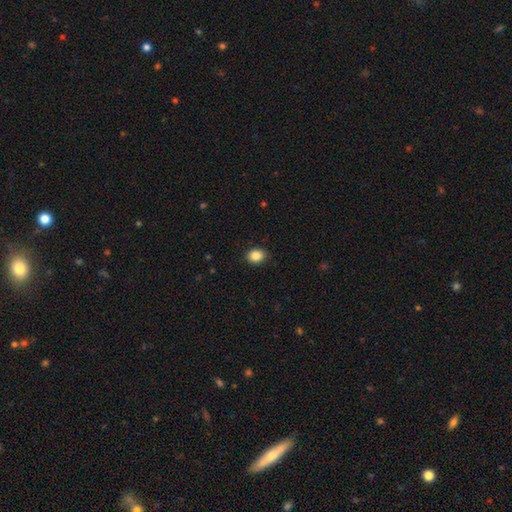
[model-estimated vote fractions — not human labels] Smooth or featured: smooth — 86% (star or artifact — 9%)
How rounded: round — 56% (in between — 43%)
Merging: none — 88% (minor disturbance — 10%)